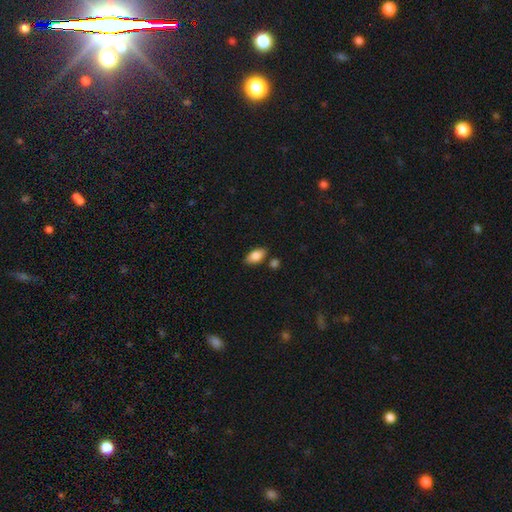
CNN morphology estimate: Q: Smooth or featured?
A: smooth (83%); runner-up: featured or disk (10%)
Q: How rounded?
A: in between (90%); runner-up: cigar-shaped (6%)
Q: Merging?
A: none (79%); runner-up: minor disturbance (13%)